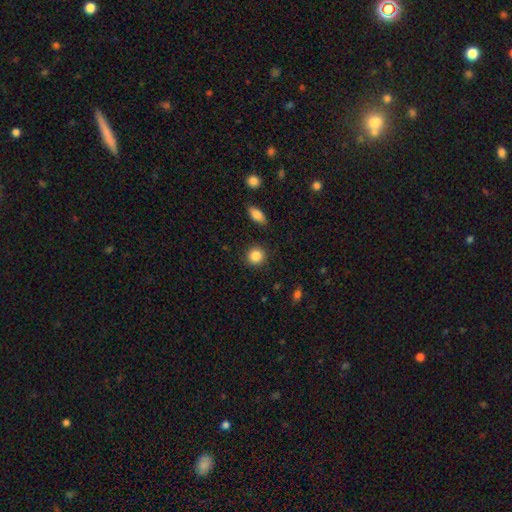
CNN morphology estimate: This appears to be a smooth galaxy with no disk features (86%) that is round (89%). Merging: none (90%).